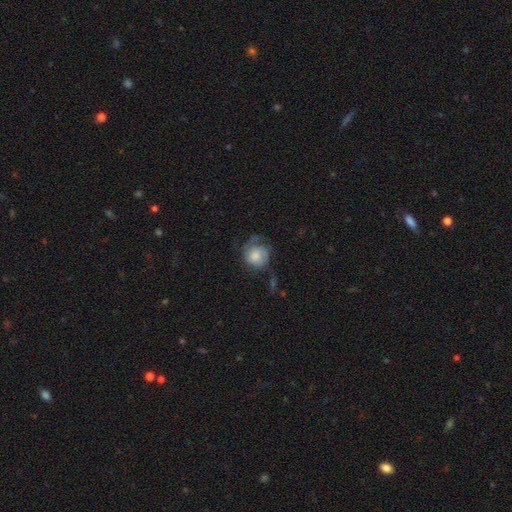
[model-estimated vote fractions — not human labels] smooth-or-featured: smooth: 55% | featured or disk: 38% | star or artifact: 7%
  how-rounded: round: 80% | in between: 19% | cigar-shaped: 1%
  merging: none: 42% | major disturbance: 28% | minor disturbance: 27% | merger: 3%